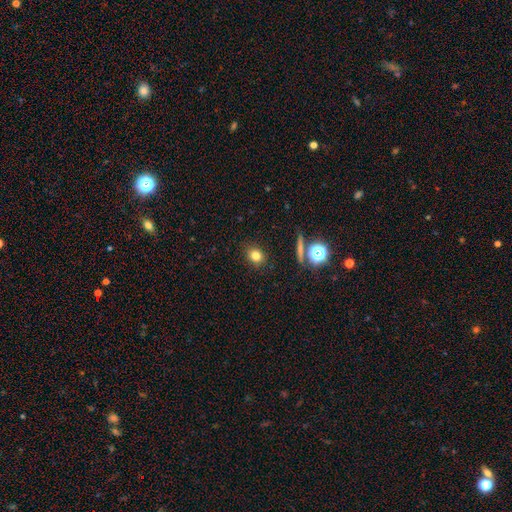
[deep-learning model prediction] Overall: smooth (77%). How rounded: round (64%; in between 35%). Merging: none (87%).